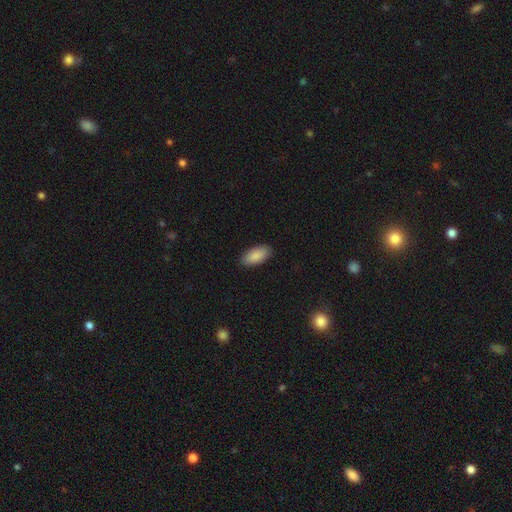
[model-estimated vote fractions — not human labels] A smooth galaxy with no disk features (88%) that is in between round and cigar-shaped (92%). Merging: none (89%).